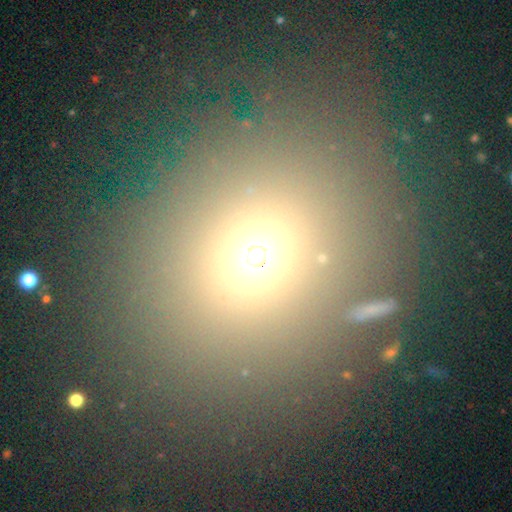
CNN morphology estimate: Smooth or featured? smooth (67%)
How rounded? round (71%)
Merging? none (72%)